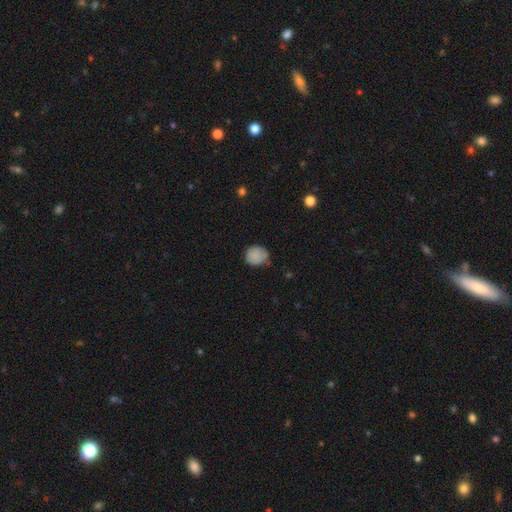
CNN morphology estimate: The model was most divided on "merging": none: 72%, minor disturbance: 23%, major disturbance: 4%, merger: 2%. More confident: smooth or featured — smooth (83%); how rounded — round (79%).